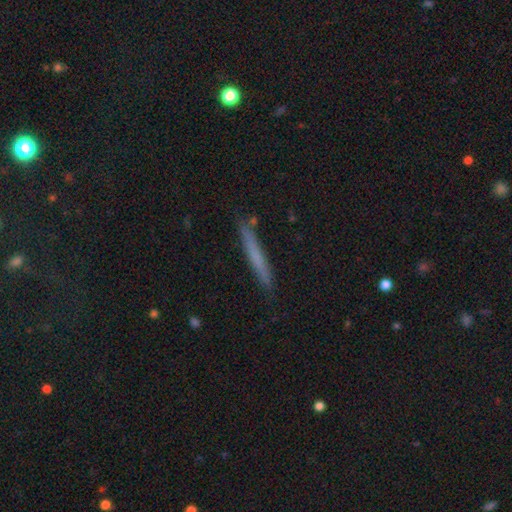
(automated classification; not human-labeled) smooth-or-featured: smooth: 57% | featured or disk: 36% | star or artifact: 7%
  how-rounded: cigar-shaped: 96% | in between: 2% | round: 1%
  merging: none: 87% | minor disturbance: 10% | major disturbance: 2% | merger: 2%